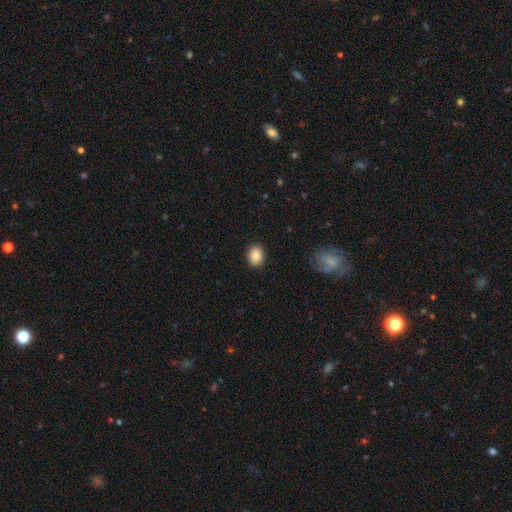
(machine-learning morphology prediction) Smooth or featured? Predicted: smooth (p=0.88). How rounded? Predicted: in between (p=0.54). Merging? Predicted: none (p=0.89).